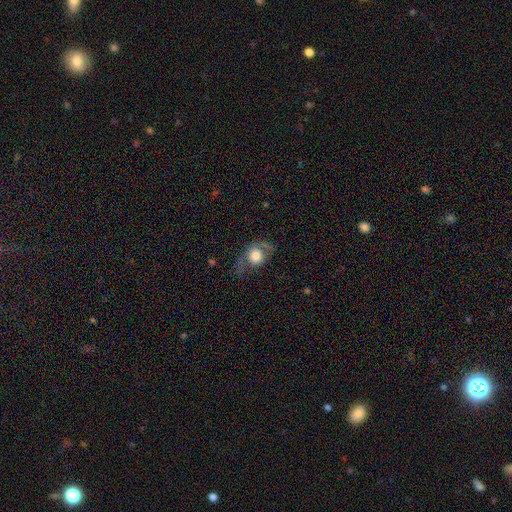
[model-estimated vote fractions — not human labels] Overall: smooth (55%; featured or disk 36%). How rounded: round (62%; in between 36%). Merging: none (51%; major disturbance 24%).